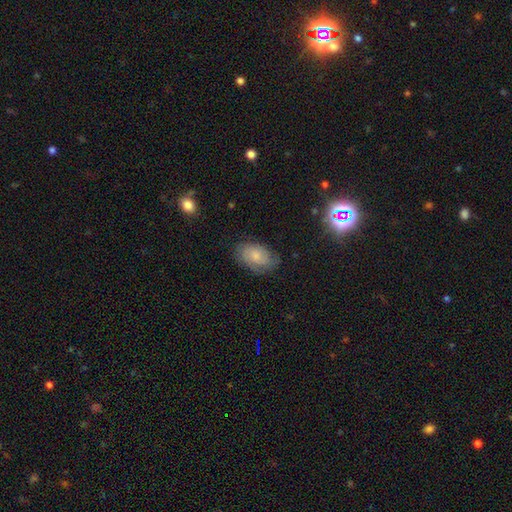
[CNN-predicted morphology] smooth_or_featured: smooth (p=0.50) [alt: featured or disk p=0.41]
merging: none (p=0.71) [alt: minor disturbance p=0.21]